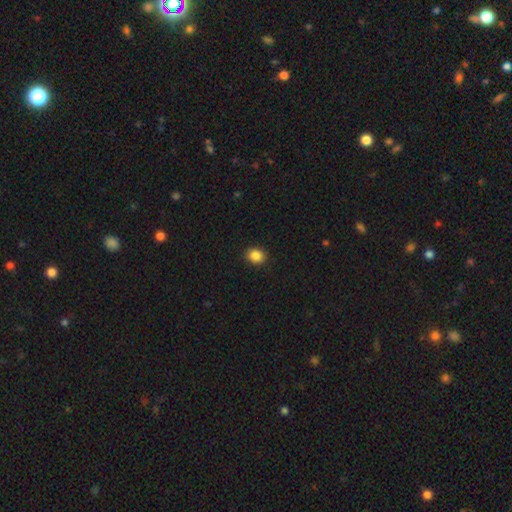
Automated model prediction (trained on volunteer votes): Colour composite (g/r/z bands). It shows a smooth galaxy with no disk features (87%) that is round (68%). Merging: none (90%).